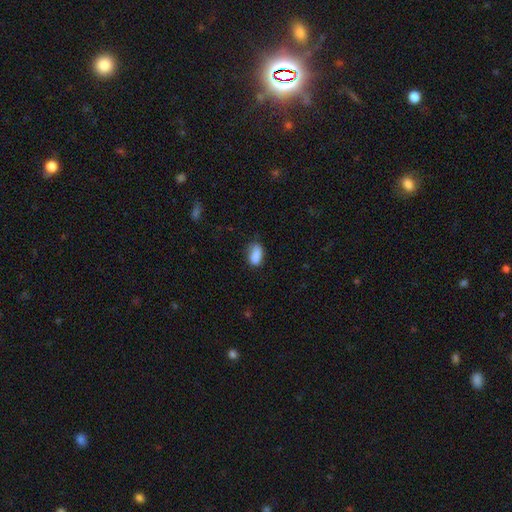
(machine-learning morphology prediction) A smooth galaxy with no disk features (85%) that is in between round and cigar-shaped (87%).

Vote fractions:
- Smooth or featured? smooth: 85% / star or artifact: 8% / featured or disk: 7%
- How rounded? in between: 87% / round: 7% / cigar-shaped: 6%
- Merging? none: 62% / minor disturbance: 29% / major disturbance: 7% / merger: 3%